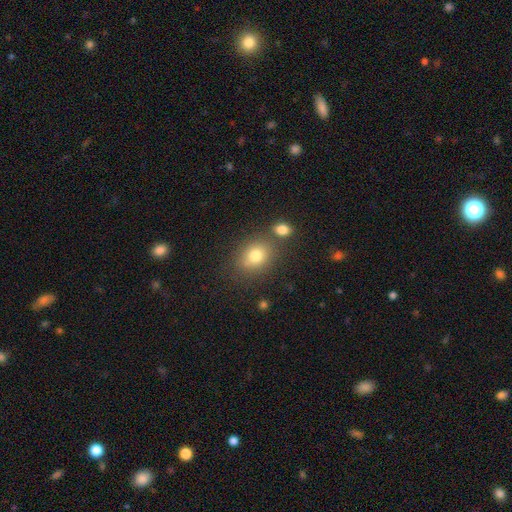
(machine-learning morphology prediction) Smooth or featured?
  - smooth: 79% *
  - star or artifact: 11%
  - featured or disk: 10%
How rounded?
  - in between: 53% *
  - round: 46%
  - cigar-shaped: 1%
Merging?
  - none: 70% *
  - merger: 14%
  - minor disturbance: 13%
  - major disturbance: 4%